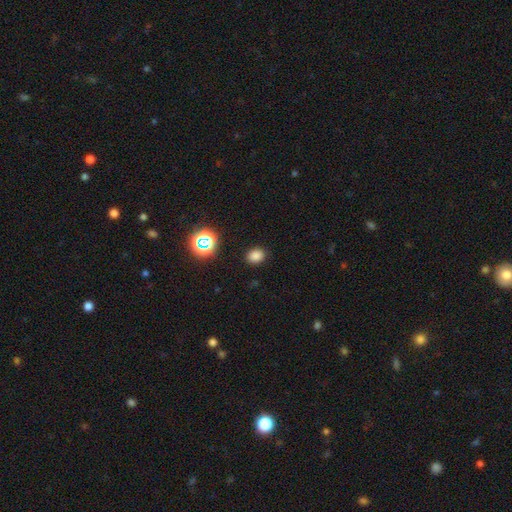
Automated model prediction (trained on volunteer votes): Smooth or featured? Predicted: smooth (p=0.80). How rounded? Predicted: round (p=0.52). Merging? Predicted: none (p=0.88).